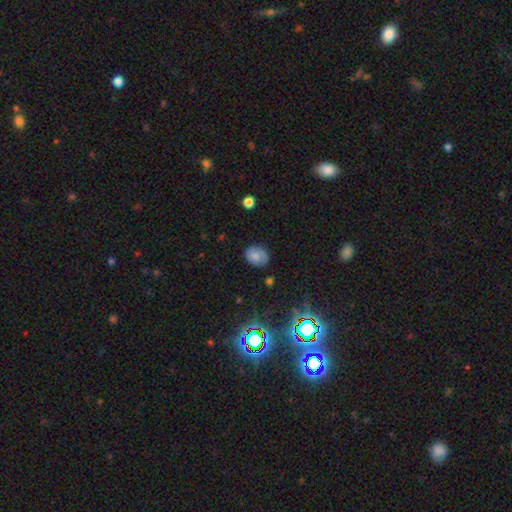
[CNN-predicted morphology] This appears to be a smooth galaxy with no disk features (69%) that is round (50%). Merging: none (72%).